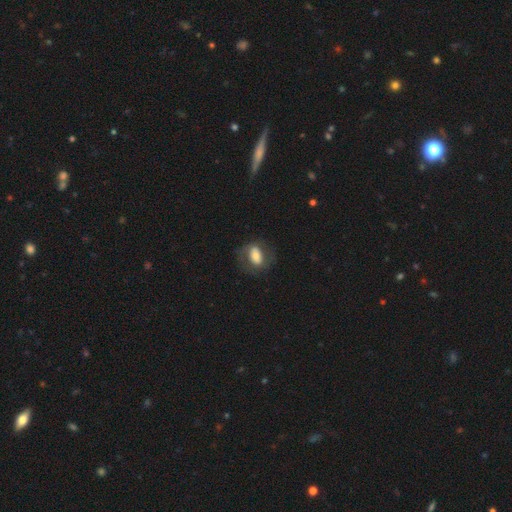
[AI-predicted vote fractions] Overall: smooth (59%; featured or disk 33%). How rounded: in between (80%). Merging: none (66%).